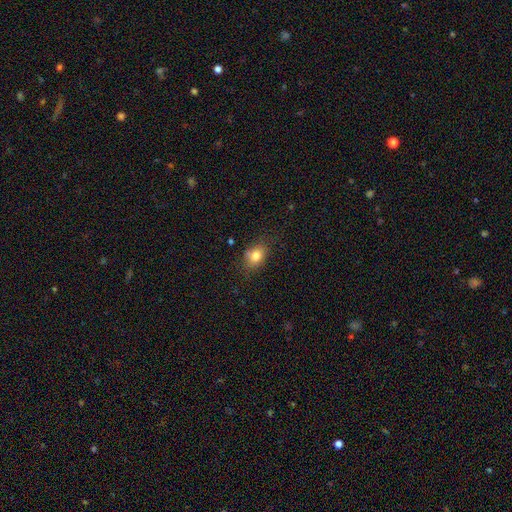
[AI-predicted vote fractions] A smooth galaxy with no disk features (80%) that is in between round and cigar-shaped (64%). Merging: none (72%).